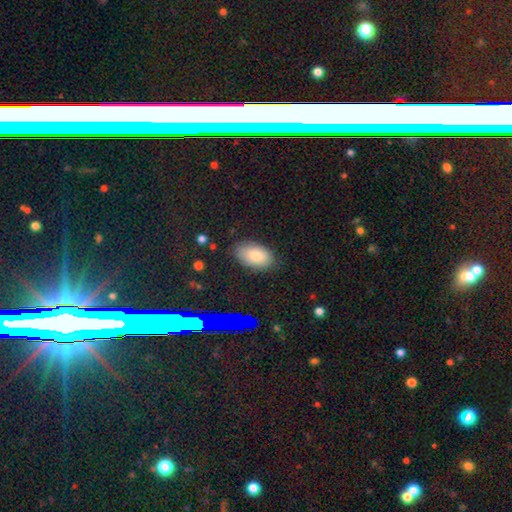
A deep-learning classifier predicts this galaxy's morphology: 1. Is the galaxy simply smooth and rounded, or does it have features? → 81% smooth, 11% featured or disk, 9% star or artifact.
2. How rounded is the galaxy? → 93% in between, 5% round, 1% cigar-shaped.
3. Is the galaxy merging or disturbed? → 82% none, 13% minor disturbance, 3% major disturbance, 1% merger.